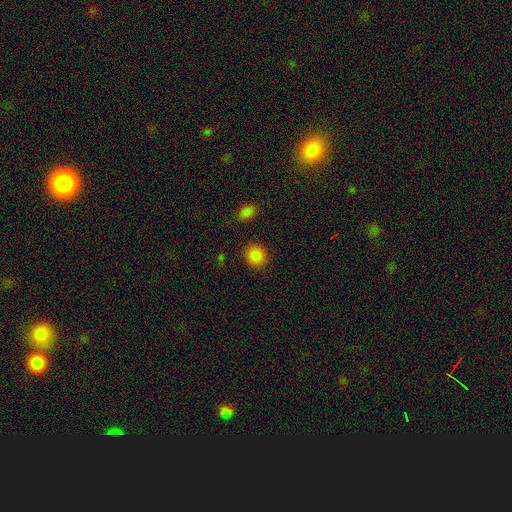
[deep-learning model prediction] A smooth galaxy with no disk features (86%) that is round (85%).

Vote fractions:
- Smooth or featured? smooth: 86% / star or artifact: 10% / featured or disk: 4%
- How rounded? round: 85% / in between: 14% / cigar-shaped: 1%
- Merging? none: 89% / minor disturbance: 7% / major disturbance: 3% / merger: 2%